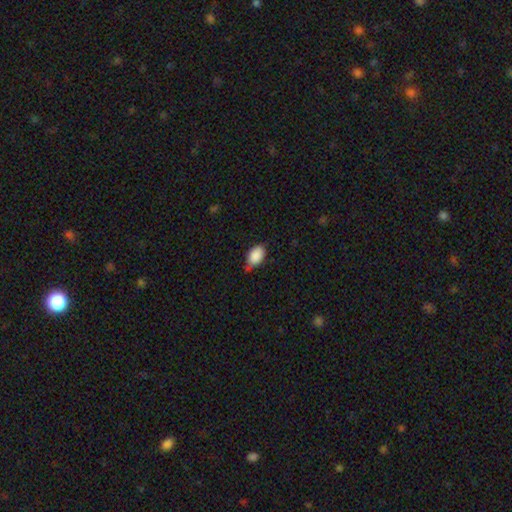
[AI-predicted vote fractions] Smooth or featured?
  - smooth: 87% *
  - star or artifact: 7%
  - featured or disk: 6%
How rounded?
  - in between: 88% *
  - round: 10%
  - cigar-shaped: 2%
Merging?
  - none: 51% *
  - minor disturbance: 39%
  - major disturbance: 7%
  - merger: 3%